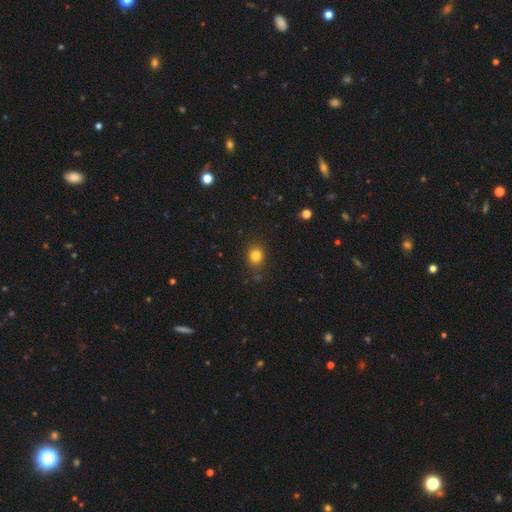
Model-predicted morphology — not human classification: This is clearly a smooth galaxy (82%). How rounded: likely round (69%). Merging: clearly none (86%).